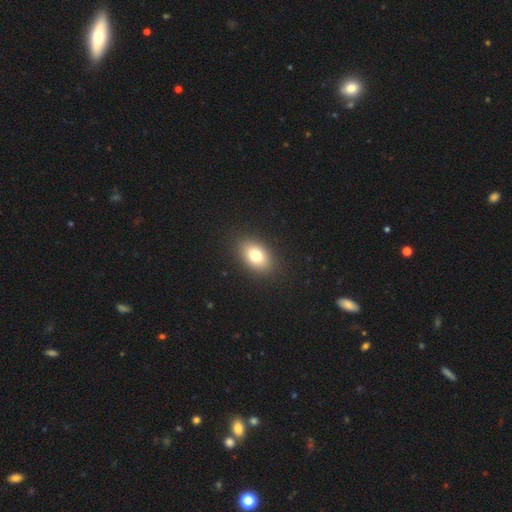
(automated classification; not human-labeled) The model was most divided on "smooth or featured": smooth: 76%, featured or disk: 14%, star or artifact: 10%. More confident: merging — none (89%); how rounded — in between (82%).